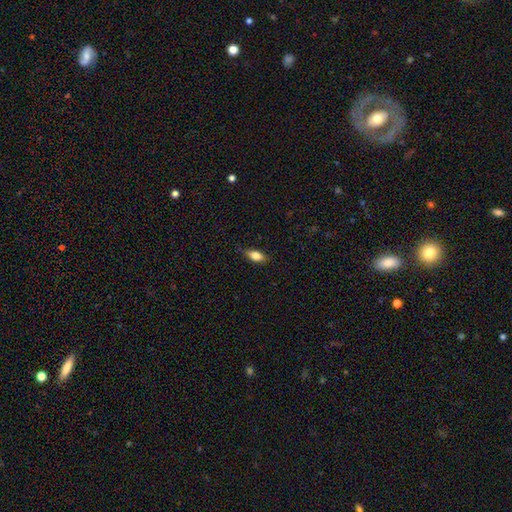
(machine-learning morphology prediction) This appears to be a smooth galaxy with no disk features (78%) that is in between round and cigar-shaped (81%). Merging: none (82%).